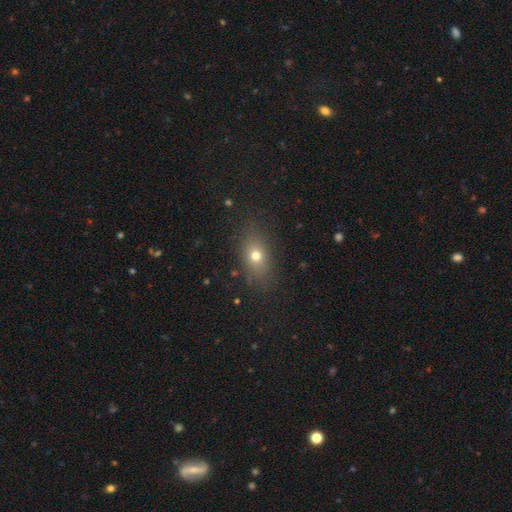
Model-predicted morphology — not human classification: Q: Smooth or featured?
A: smooth (70%); runner-up: featured or disk (15%)
Q: How rounded?
A: in between (67%); runner-up: round (28%)
Q: Merging?
A: none (82%); runner-up: minor disturbance (12%)